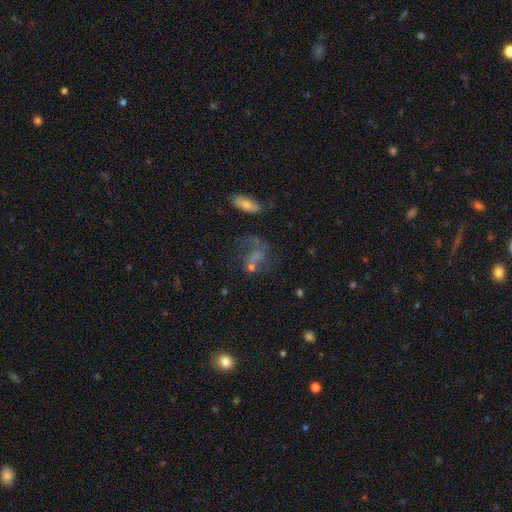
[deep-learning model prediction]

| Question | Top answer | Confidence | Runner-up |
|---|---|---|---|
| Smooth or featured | featured or disk | 41% | smooth (39%) |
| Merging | none | 34% | major disturbance (33%) |